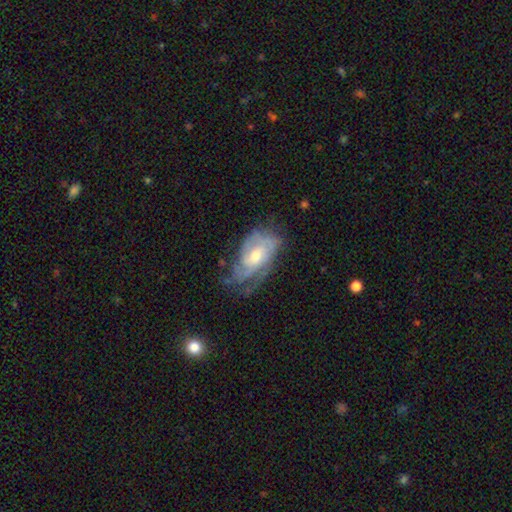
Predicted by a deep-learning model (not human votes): A featured or disk galaxy (79%) with no bar (63%), tight (53%) spiral arms (89%) and a moderate central bulge (58%).

Vote fractions:
- Smooth or featured? featured or disk: 79% / smooth: 16% / star or artifact: 6%
- Edge-on disk? no: 95% / yes: 5%
- Bar? no: 63% / weak: 32% / strong: 6%
- Spiral arms? yes: 89% / no: 11%
- Spiral winding? tight: 53% / medium: 35% / loose: 12%
- Spiral arm count? can't tell: 42% / 2: 24% / 3: 18% / 4: 7% / 1: 6% / more than 4: 4%
- Bulge size? moderate: 58% / small: 36% / large: 4% / none: 2% / dominant: 1%
- Merging? none: 50% / minor disturbance: 29% / major disturbance: 19% / merger: 2%